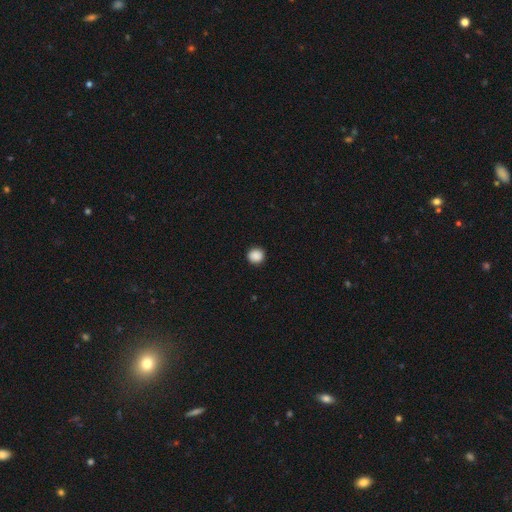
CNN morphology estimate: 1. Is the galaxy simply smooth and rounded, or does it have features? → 89% smooth, 9% star or artifact, 2% featured or disk.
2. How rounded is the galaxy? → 93% round, 6% in between, 1% cigar-shaped.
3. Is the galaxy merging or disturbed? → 92% none, 5% minor disturbance, 2% major disturbance, 1% merger.